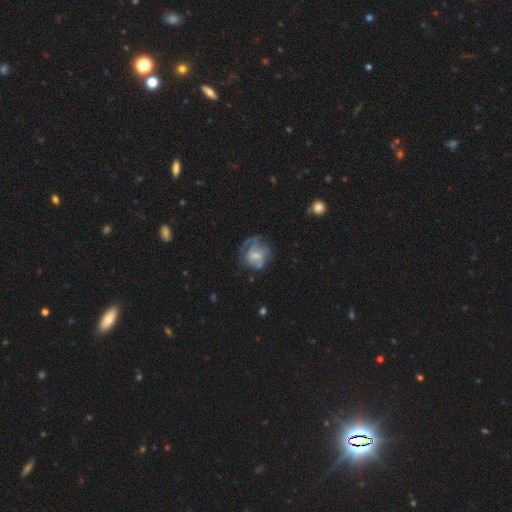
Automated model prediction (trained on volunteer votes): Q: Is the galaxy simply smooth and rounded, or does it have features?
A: featured or disk — 54%.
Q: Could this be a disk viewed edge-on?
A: no — 97%.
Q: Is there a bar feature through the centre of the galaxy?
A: no — 62%.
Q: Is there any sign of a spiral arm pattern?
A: yes — 53%.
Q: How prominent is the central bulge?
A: small — 38%.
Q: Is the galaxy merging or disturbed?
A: none — 43%.